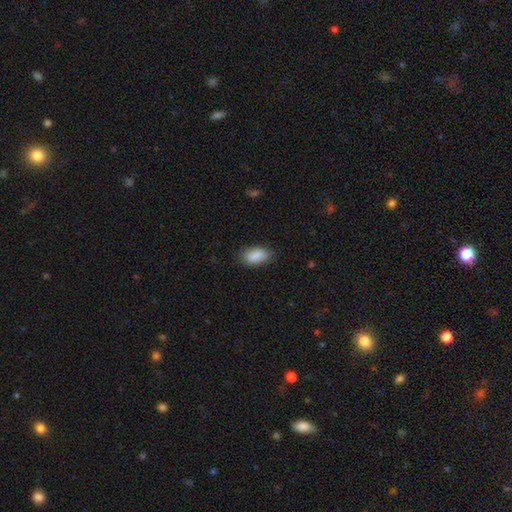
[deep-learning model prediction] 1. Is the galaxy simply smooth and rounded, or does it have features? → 90% smooth, 6% star or artifact, 4% featured or disk.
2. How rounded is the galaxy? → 93% in between, 4% round, 3% cigar-shaped.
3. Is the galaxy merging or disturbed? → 82% none, 14% minor disturbance, 3% major disturbance, 1% merger.